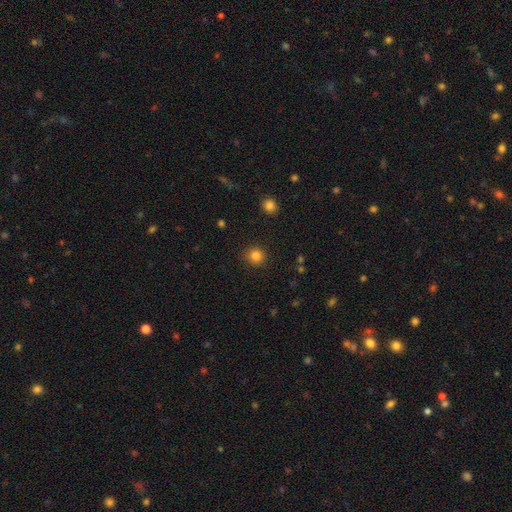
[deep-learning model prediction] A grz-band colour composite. It shows a smooth galaxy with no disk features (84%) that is round (90%). Merging: none (89%).